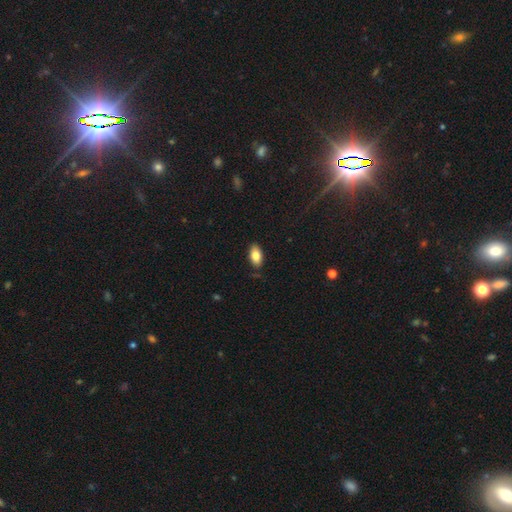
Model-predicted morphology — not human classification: Q: Smooth or featured?
A: smooth (82%); runner-up: featured or disk (11%)
Q: How rounded?
A: in between (92%); runner-up: cigar-shaped (4%)
Q: Merging?
A: none (84%); runner-up: minor disturbance (13%)